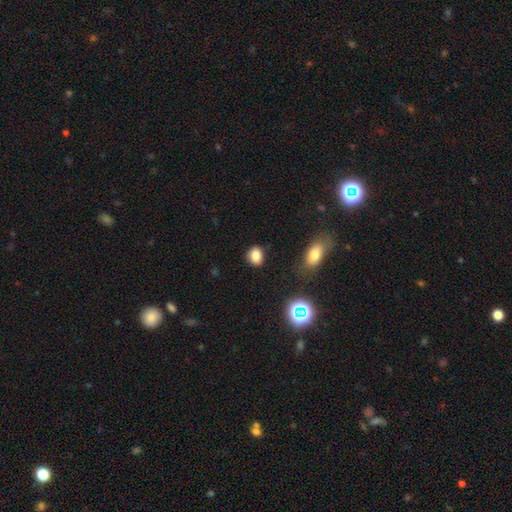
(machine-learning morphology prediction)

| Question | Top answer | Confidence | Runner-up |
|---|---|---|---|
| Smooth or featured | smooth | 81% | star or artifact (13%) |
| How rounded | round | 55% | in between (44%) |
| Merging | none | 82% | minor disturbance (13%) |